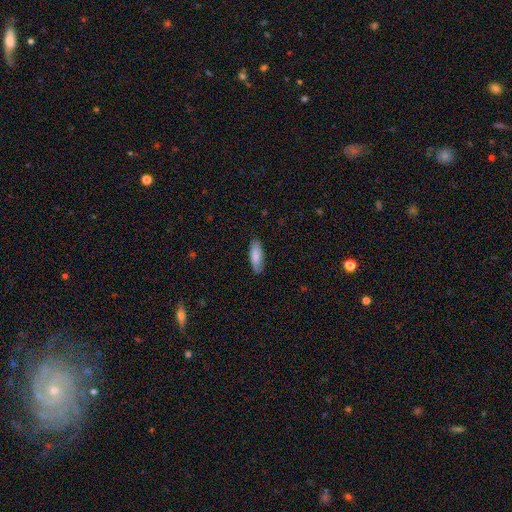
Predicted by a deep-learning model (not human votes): smooth-or-featured: smooth: 84% | featured or disk: 10% | star or artifact: 6%
  how-rounded: in between: 64% | cigar-shaped: 34% | round: 1%
  merging: none: 84% | minor disturbance: 12% | major disturbance: 2% | merger: 1%